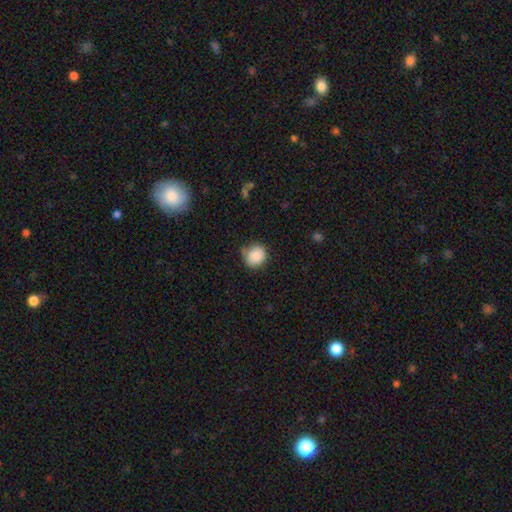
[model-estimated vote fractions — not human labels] Smooth or featured: smooth — 87% (star or artifact — 8%)
How rounded: round — 76% (in between — 23%)
Merging: none — 70% (minor disturbance — 22%)